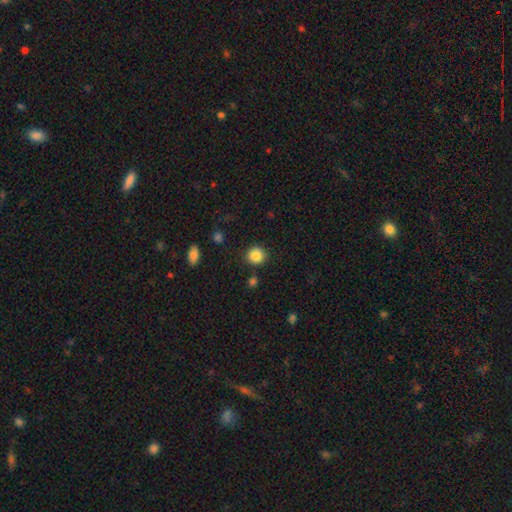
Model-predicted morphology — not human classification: This is clearly a smooth galaxy (86%). How rounded: clearly round (89%). Merging: clearly none (88%).